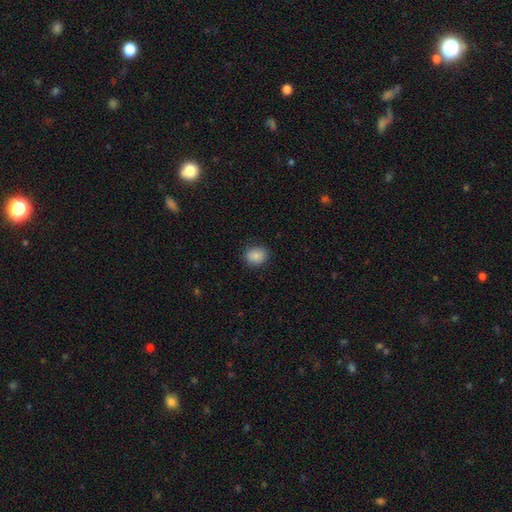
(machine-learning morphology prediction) A smooth galaxy with no disk features (86%) that is round (72%).

Vote fractions:
- Smooth or featured? smooth: 86% / star or artifact: 9% / featured or disk: 5%
- How rounded? round: 72% / in between: 28% / cigar-shaped: 1%
- Merging? none: 87% / minor disturbance: 10% / major disturbance: 3% / merger: 1%